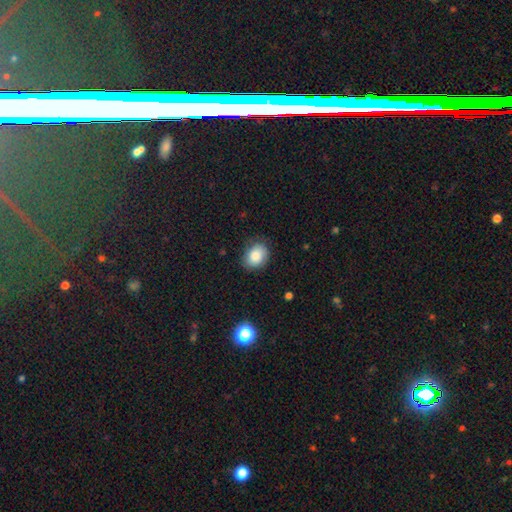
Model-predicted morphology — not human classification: smooth 84%, star or artifact 8%, featured or disk 8%. Down the decision tree: how rounded — in between (57%); merging — none (78%).